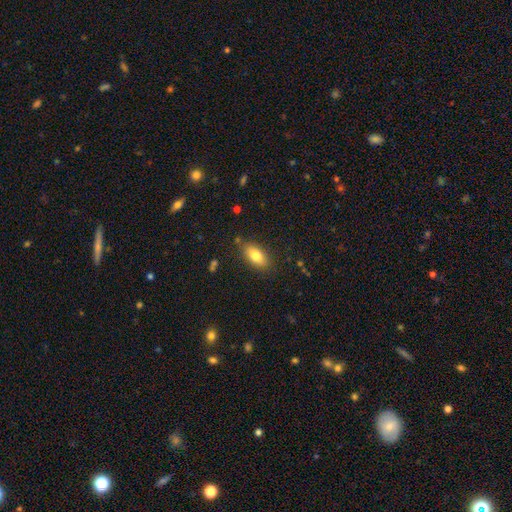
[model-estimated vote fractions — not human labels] smooth-or-featured: smooth: 80% | featured or disk: 13% | star or artifact: 8%
  how-rounded: in between: 88% | cigar-shaped: 8% | round: 4%
  merging: none: 83% | minor disturbance: 12% | major disturbance: 3% | merger: 2%